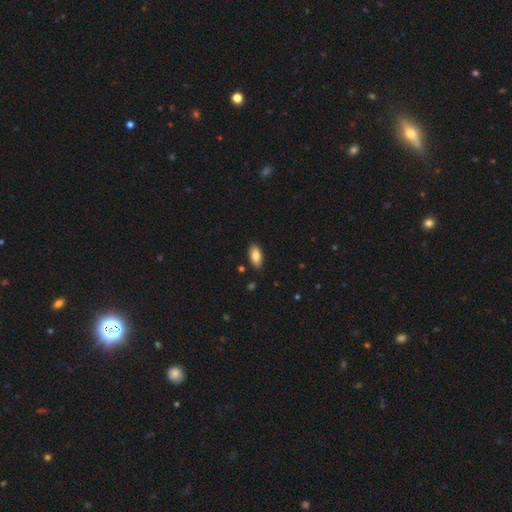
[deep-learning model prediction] This is clearly a smooth galaxy (85%). How rounded: clearly in between (92%). Merging: clearly none (87%).